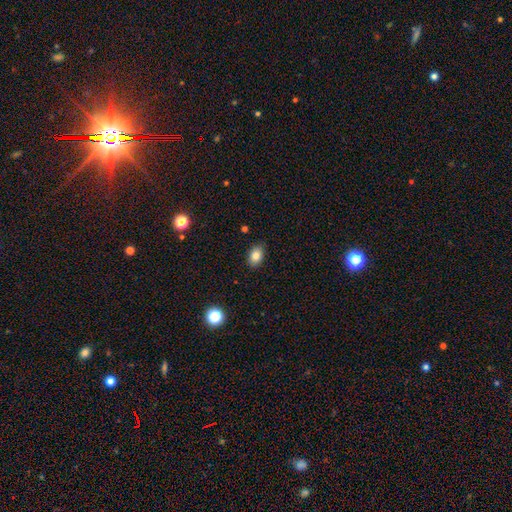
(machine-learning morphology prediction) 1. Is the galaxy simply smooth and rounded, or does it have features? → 83% smooth, 9% star or artifact, 7% featured or disk.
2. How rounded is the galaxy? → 83% in between, 15% round, 1% cigar-shaped.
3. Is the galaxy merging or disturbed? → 88% none, 9% minor disturbance, 2% major disturbance, 1% merger.